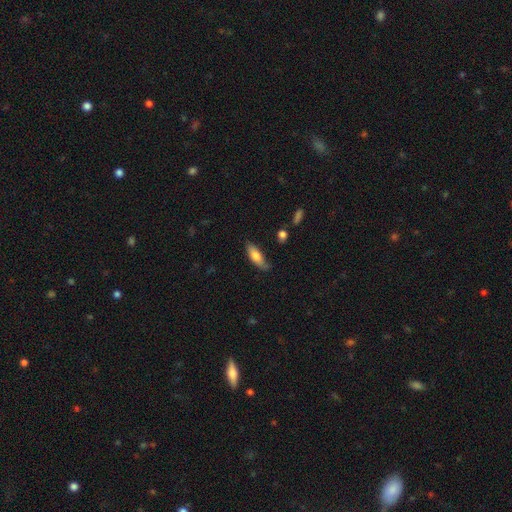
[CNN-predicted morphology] Overall: smooth (72%). How rounded: in between (61%; cigar-shaped 37%). Merging: none (63%; minor disturbance 29%).